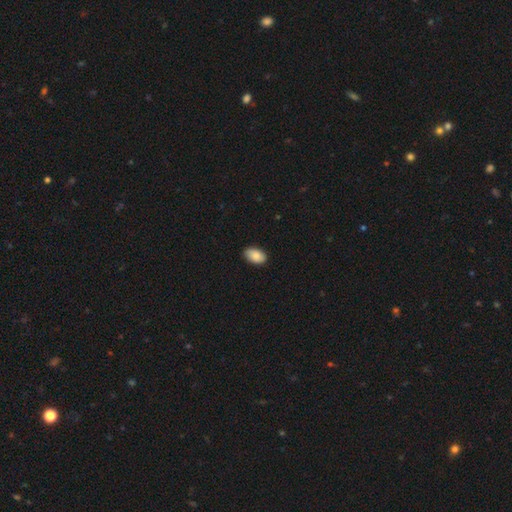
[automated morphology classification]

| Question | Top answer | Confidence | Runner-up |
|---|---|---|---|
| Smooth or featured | smooth | 87% | star or artifact (7%) |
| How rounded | in between | 93% | round (5%) |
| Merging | none | 87% | minor disturbance (11%) |